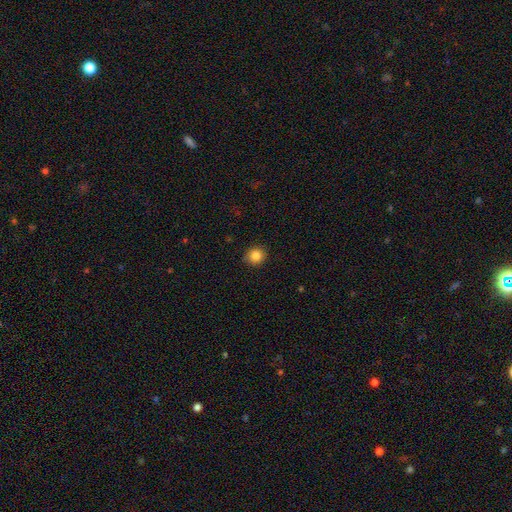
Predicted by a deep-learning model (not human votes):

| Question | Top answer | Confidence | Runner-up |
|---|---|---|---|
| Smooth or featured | smooth | 85% | star or artifact (10%) |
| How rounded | round | 87% | in between (12%) |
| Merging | none | 90% | minor disturbance (7%) |